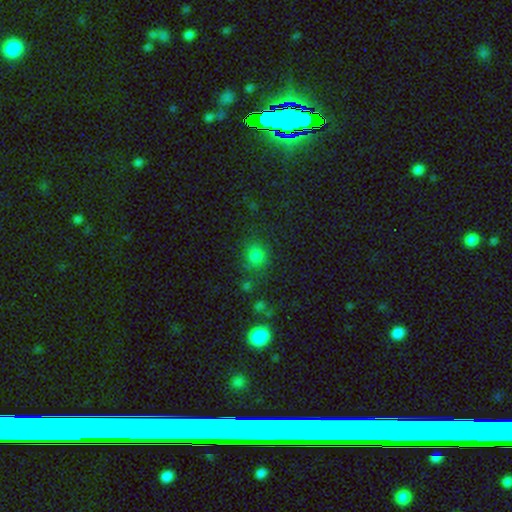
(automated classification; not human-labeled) Smooth or featured? smooth (79%)
How rounded? round (84%)
Merging? none (76%)